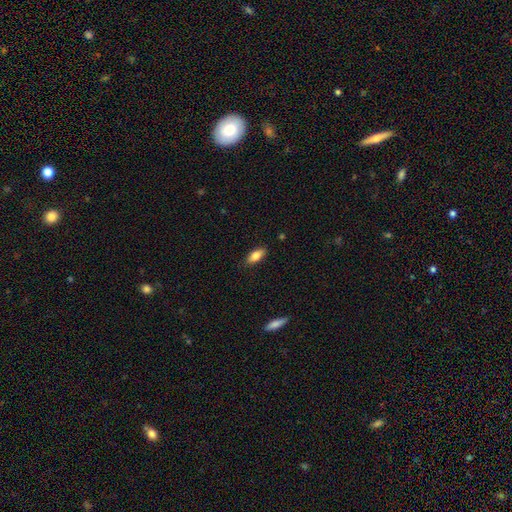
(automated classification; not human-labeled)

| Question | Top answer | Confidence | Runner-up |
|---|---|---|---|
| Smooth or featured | smooth | 81% | featured or disk (12%) |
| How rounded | in between | 83% | cigar-shaped (15%) |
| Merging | none | 86% | minor disturbance (10%) |